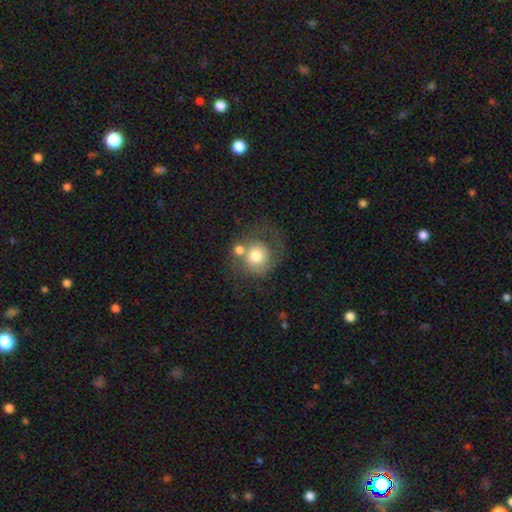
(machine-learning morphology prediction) smooth 62%, featured or disk 30%, star or artifact 8%. Down the decision tree: how rounded — round (84%); merging — none (37%).